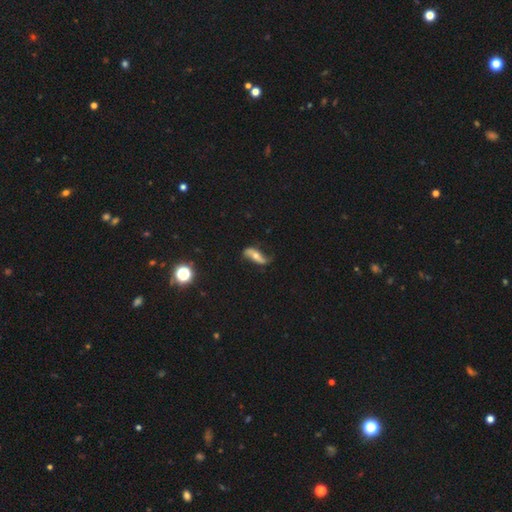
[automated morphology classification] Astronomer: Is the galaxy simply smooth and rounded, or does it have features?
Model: featured or disk — 71%.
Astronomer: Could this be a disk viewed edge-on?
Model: no — 82%.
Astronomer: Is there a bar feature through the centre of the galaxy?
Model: no — 51%.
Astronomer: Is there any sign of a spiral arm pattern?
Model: yes — 88%.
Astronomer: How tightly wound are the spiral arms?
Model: loose — 83%.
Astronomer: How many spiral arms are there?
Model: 2 — 89%.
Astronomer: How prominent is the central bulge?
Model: moderate — 57% (runner-up: small, 34%).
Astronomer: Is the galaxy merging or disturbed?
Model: none — 66%.